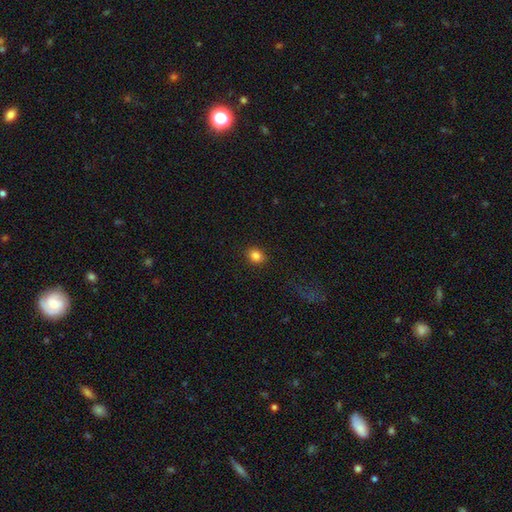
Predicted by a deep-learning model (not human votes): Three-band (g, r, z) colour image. It shows a smooth galaxy with no disk features (85%) that is round (58%). Merging: none (89%).